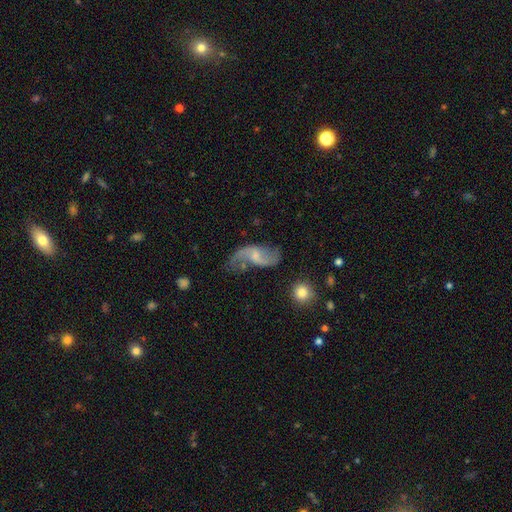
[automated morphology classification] smooth-or-featured: featured or disk: 80% | smooth: 14% | star or artifact: 6%
  disk-edge-on: no: 96% | yes: 4%
    bar: weak: 50% | no: 38% | strong: 12%
    has-spiral-arms: yes: 93% | no: 7%
      spiral-winding: loose: 79% | medium: 17% | tight: 4%
      spiral-arm-count: 2: 91% | can't tell: 3% | 1: 3% | 3: 1% | 4: 1% | more than 4: 1%
    bulge-size: small: 50% | moderate: 30% | none: 16% | large: 3% | dominant: 1%
  merging: none: 58% | minor disturbance: 22% | major disturbance: 15% | merger: 4%